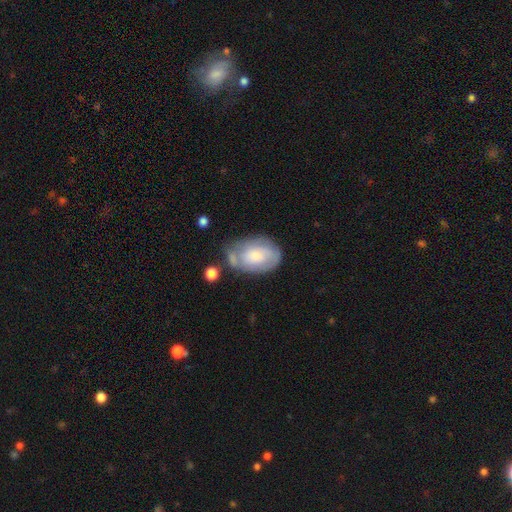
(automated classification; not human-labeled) Overall: smooth (52%; featured or disk 42%). How rounded: in between (85%). Merging: none (48%; minor disturbance 28%).